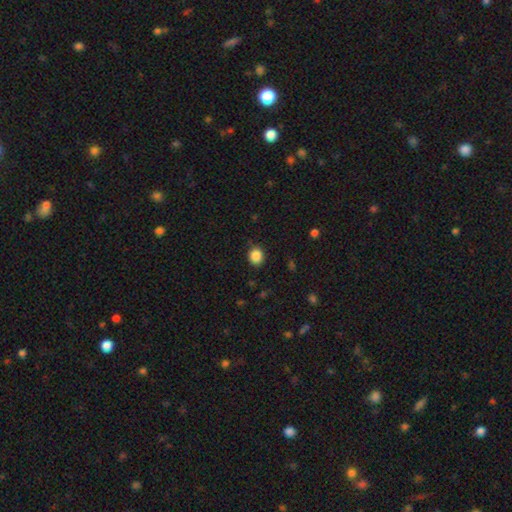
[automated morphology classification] smooth-or-featured: smooth: 87% | star or artifact: 10% | featured or disk: 3%
  how-rounded: round: 73% | in between: 26% | cigar-shaped: 1%
  merging: none: 87% | minor disturbance: 9% | major disturbance: 3% | merger: 1%